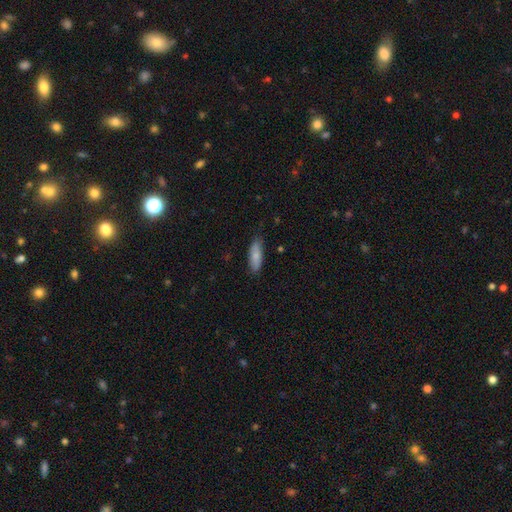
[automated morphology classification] A smooth galaxy with no disk features (81%) that is in between round and cigar-shaped (61%). Merging: none (80%).